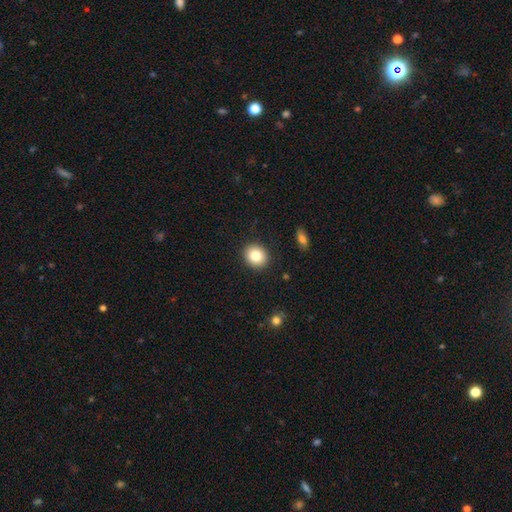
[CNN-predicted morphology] This appears to be a smooth galaxy with no disk features (82%) that is round (71%). Merging: none (90%).